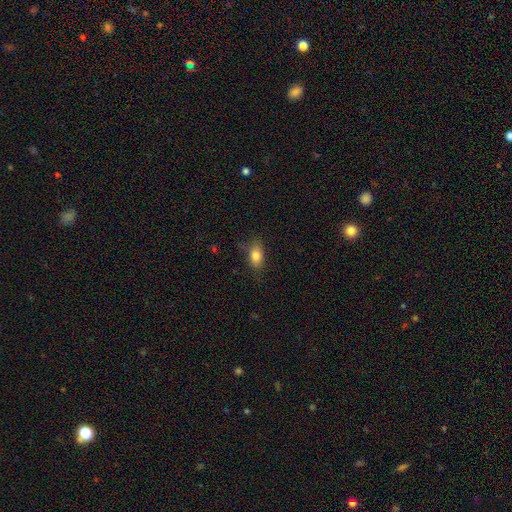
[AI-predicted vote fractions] This appears to be a smooth galaxy with no disk features (81%) that is in between round and cigar-shaped (83%). Merging: none (72%).